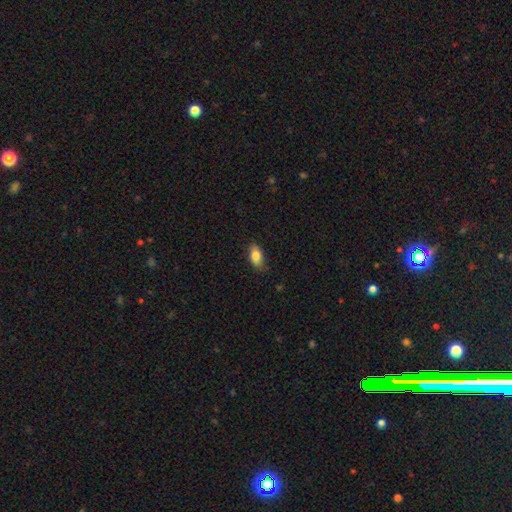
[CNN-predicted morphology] This appears to be a smooth galaxy with no disk features (82%) that is in between round and cigar-shaped (89%). Merging: none (81%).